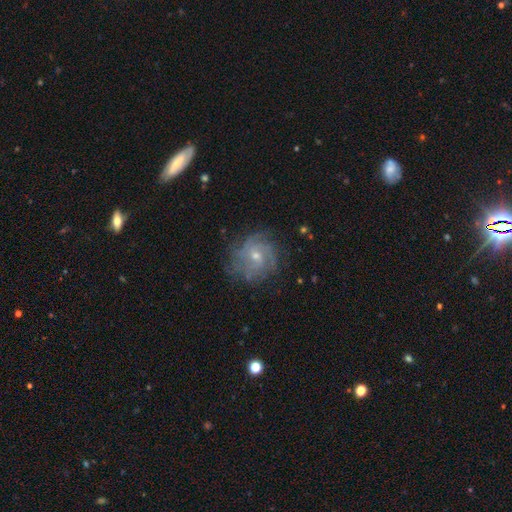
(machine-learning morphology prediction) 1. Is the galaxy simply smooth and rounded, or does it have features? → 75% featured or disk, 15% smooth, 10% star or artifact.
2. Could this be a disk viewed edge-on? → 97% no, 3% yes.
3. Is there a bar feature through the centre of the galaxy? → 67% no, 29% weak, 5% strong.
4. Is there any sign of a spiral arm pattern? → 90% yes, 10% no.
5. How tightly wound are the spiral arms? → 54% tight, 34% medium, 12% loose.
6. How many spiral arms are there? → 41% can't tell, 18% 3, 16% 4, 12% 2, 7% more than 4, 6% 1.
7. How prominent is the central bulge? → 53% small, 42% moderate, 2% none, 2% large, 1% dominant.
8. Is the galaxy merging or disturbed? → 75% none, 16% minor disturbance, 8% major disturbance, 1% merger.